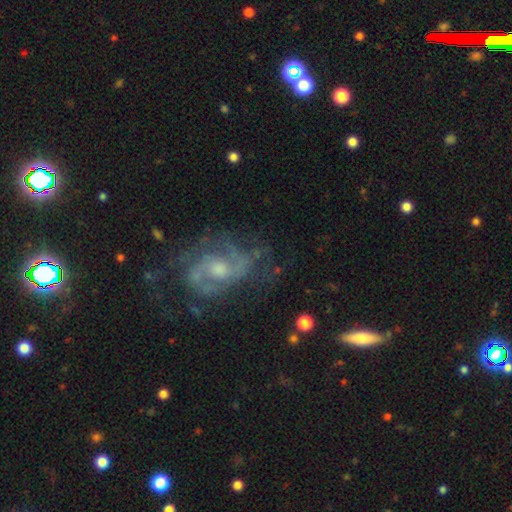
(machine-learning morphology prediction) featured or disk 81%, star or artifact 12%, smooth 7%. Down the decision tree: edge-on disk — no (96%); bar — no (51%); spiral arms — yes (95%); spiral arm count — 2 (47%); spiral winding — medium (45%); bulge size — small (45%, tied with moderate); merging — none (71%).